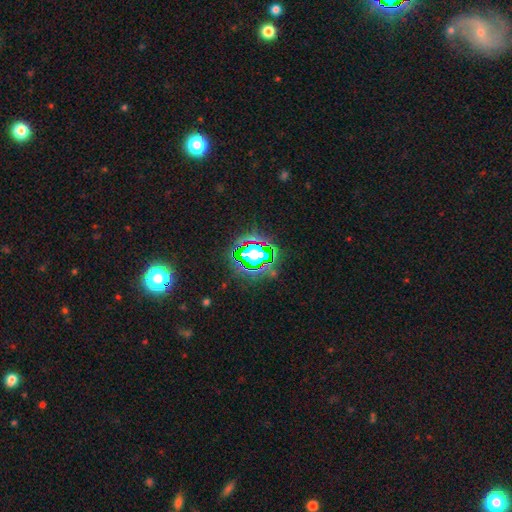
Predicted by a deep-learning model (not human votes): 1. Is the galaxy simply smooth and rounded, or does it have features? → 65% star or artifact, 21% smooth, 14% featured or disk.